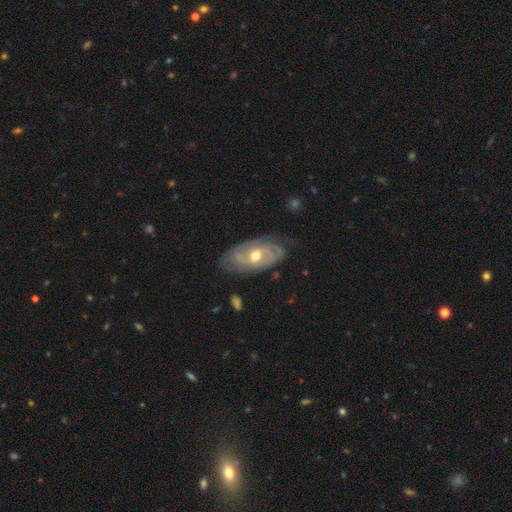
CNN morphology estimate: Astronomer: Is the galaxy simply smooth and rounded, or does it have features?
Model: featured or disk — 78%.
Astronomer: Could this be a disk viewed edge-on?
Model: no — 93%.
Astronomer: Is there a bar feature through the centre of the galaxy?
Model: no — 59%.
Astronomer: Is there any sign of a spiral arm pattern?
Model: yes — 87%.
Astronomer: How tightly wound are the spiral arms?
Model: tight — 56% (runner-up: medium, 32%).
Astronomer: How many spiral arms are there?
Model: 2 — 44% (runner-up: can't tell, 33%).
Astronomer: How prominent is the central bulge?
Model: moderate — 73%.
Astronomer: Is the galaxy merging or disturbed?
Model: none — 71%.